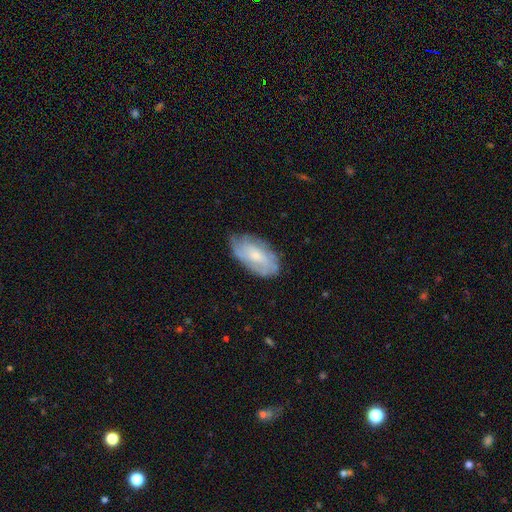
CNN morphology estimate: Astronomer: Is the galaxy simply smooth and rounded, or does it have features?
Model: featured or disk — 53% (runner-up: smooth, 41%).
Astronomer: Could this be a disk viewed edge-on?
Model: no — 92%.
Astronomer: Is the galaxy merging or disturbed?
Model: none — 70%.